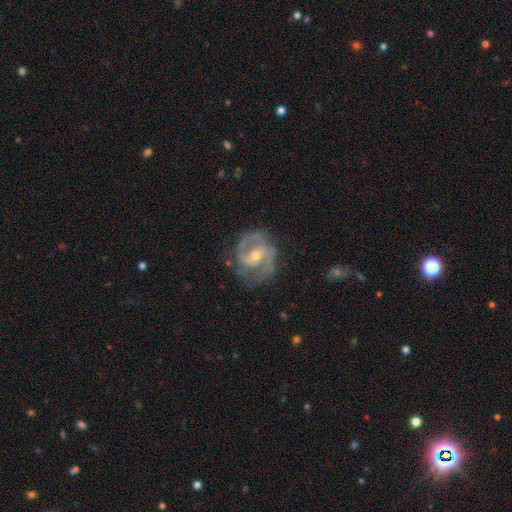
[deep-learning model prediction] Overall: featured or disk (88%). Edge-on disk: no (97%). Bar: weak (44%; no 35%). Spiral arms: yes (95%). Spiral arm count: 2 (78%). Spiral winding: medium (51%; tight 36%). Bulge size: small (49%; moderate 48%). Merging: none (71%).